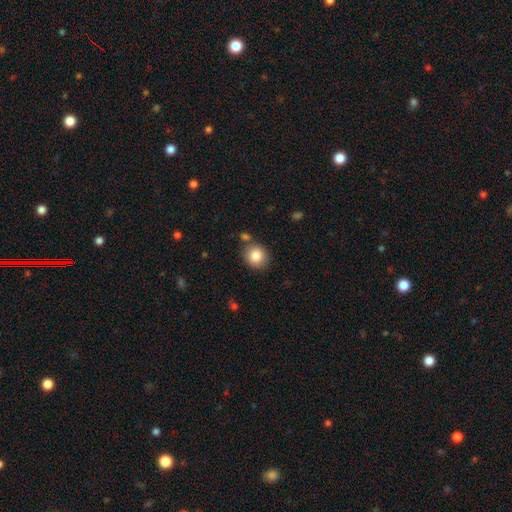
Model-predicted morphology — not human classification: Smooth or featured? smooth (85%)
How rounded? round (82%)
Merging? none (79%)